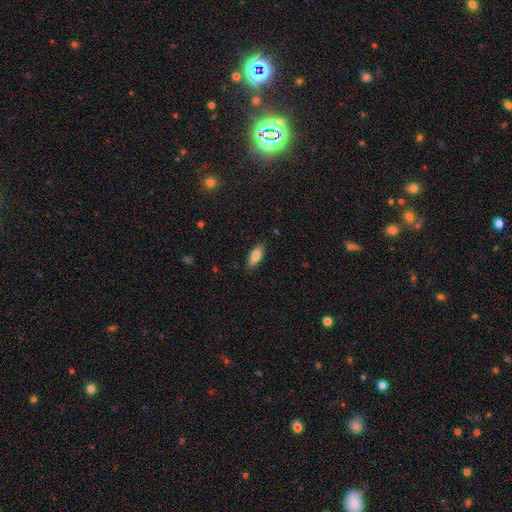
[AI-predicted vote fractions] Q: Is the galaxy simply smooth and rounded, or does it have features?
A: smooth — 82%.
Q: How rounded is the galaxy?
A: in between — 73%.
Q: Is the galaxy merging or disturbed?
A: none — 85%.